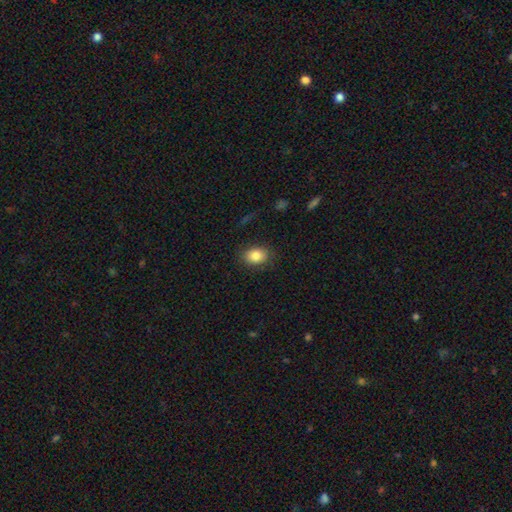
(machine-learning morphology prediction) The model was most divided on "how rounded": in between: 73%, round: 26%, cigar-shaped: 1%. More confident: merging — none (86%); smooth or featured — smooth (84%).